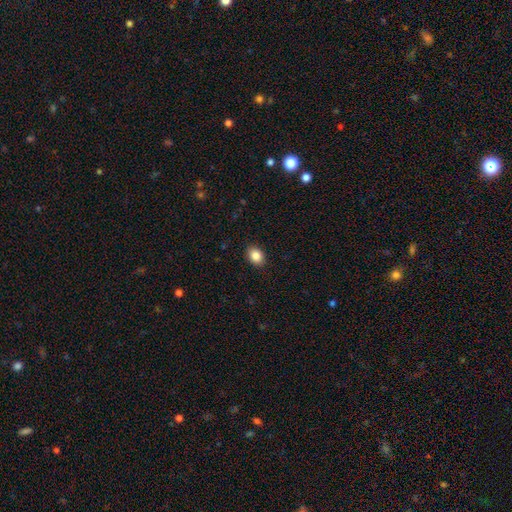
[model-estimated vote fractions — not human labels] Smooth or featured?
  - smooth: 86% *
  - star or artifact: 9%
  - featured or disk: 6%
How rounded?
  - in between: 67% *
  - round: 32%
  - cigar-shaped: 1%
Merging?
  - none: 90% *
  - minor disturbance: 7%
  - major disturbance: 2%
  - merger: 1%